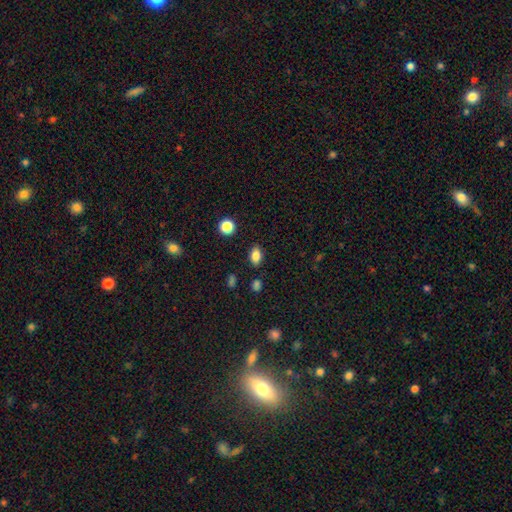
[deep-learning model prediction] Smooth or featured? Predicted: smooth (p=0.85). How rounded? Predicted: in between (p=0.83). Merging? Predicted: none (p=0.85).